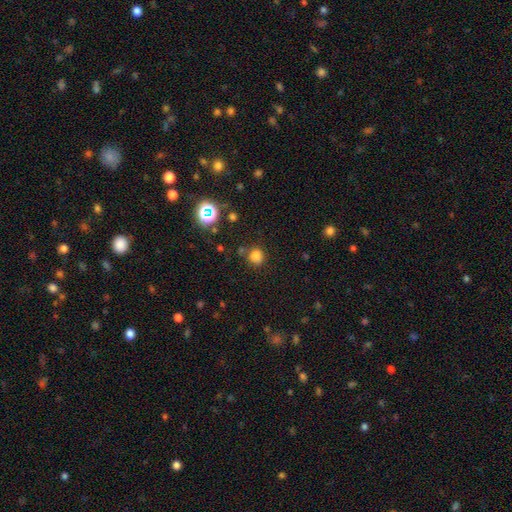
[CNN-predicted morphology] Smooth or featured? Predicted: smooth (p=0.77). How rounded? Predicted: round (p=0.83). Merging? Predicted: none (p=0.76).